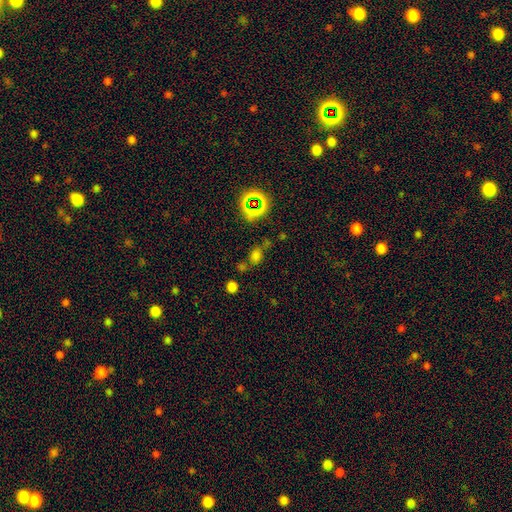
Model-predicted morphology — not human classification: Overall: smooth (57%; star or artifact 34%). How rounded: in between (54%; round 43%). Merging: none (59%).